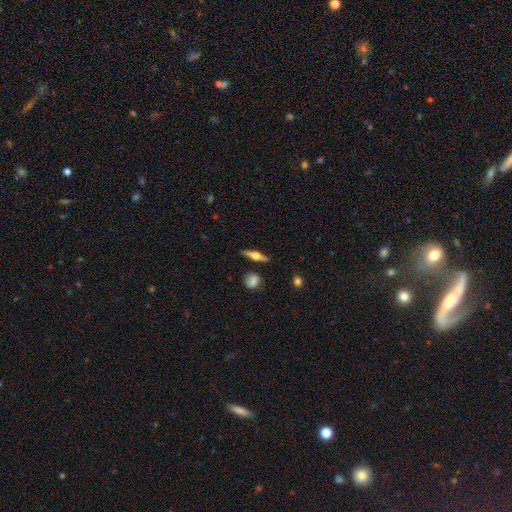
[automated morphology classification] Smooth or featured? featured or disk (61%)
Edge-on disk? yes (96%)
Edge-on bulge? rounded (92%)
Merging? none (86%)